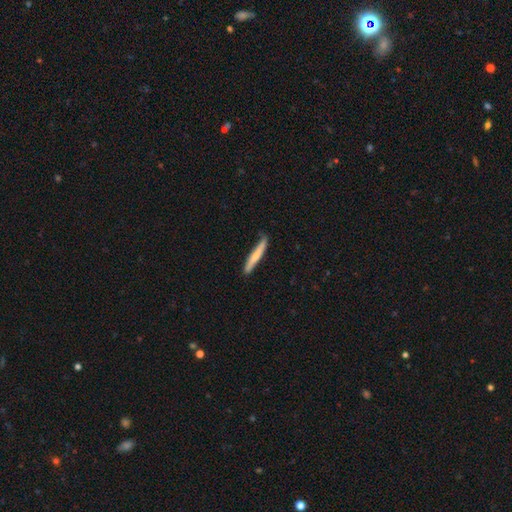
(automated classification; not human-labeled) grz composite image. It shows a smooth galaxy with no disk features (63%) that is cigar-shaped (95%). Merging: none (75%).